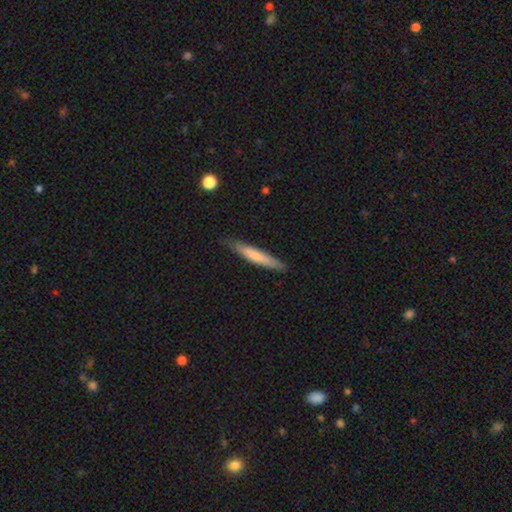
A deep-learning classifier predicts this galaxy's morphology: smooth-or-featured: smooth: 68% | featured or disk: 26% | star or artifact: 5%
  how-rounded: cigar-shaped: 92% | in between: 7% | round: 1%
  merging: none: 82% | minor disturbance: 14% | major disturbance: 2% | merger: 1%